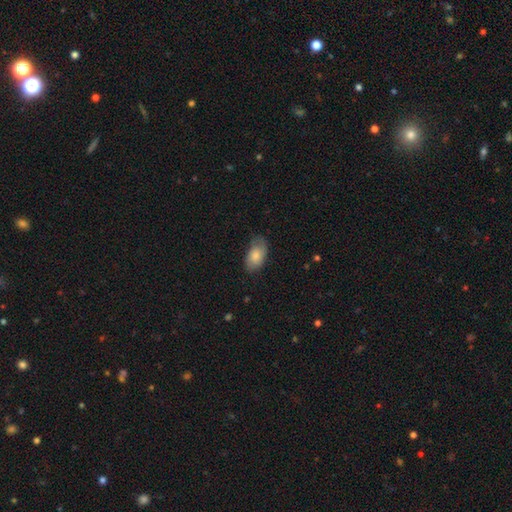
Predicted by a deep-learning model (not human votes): A smooth galaxy with no disk features (73%) that is in between round and cigar-shaped (93%).

Vote fractions:
- Smooth or featured? smooth: 73% / featured or disk: 21% / star or artifact: 6%
- How rounded? in between: 93% / round: 6% / cigar-shaped: 2%
- Merging? none: 61% / minor disturbance: 29% / major disturbance: 9% / merger: 1%